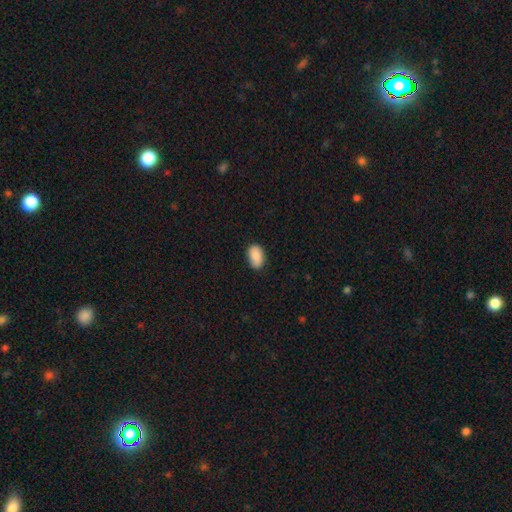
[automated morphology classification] Smooth or featured? smooth (88%)
How rounded? in between (90%)
Merging? none (84%)